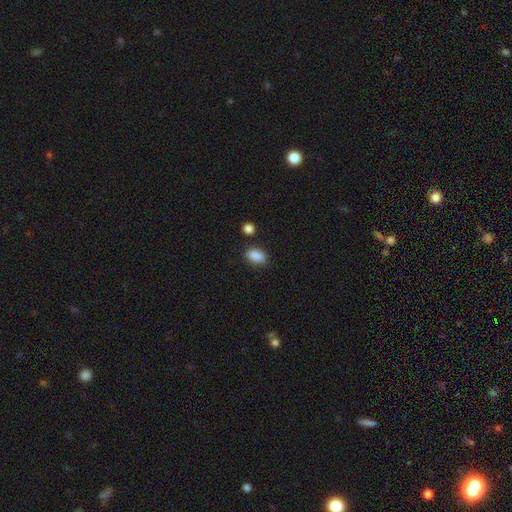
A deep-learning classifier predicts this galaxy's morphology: Smooth or featured? Predicted: smooth (p=0.88). How rounded? Predicted: in between (p=0.88). Merging? Predicted: none (p=0.83).